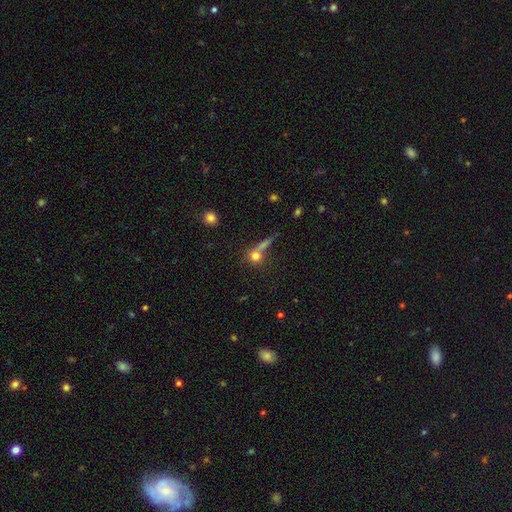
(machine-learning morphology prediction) Smooth or featured? Predicted: smooth (p=0.72). How rounded? Predicted: round (p=0.80). Merging? Predicted: none (p=0.50).